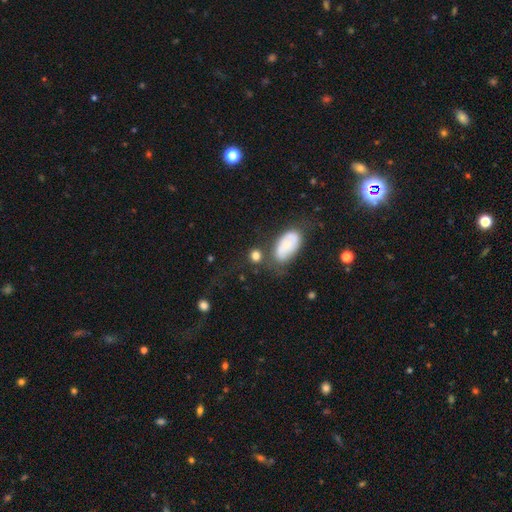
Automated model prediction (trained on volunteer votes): smooth 73%, featured or disk 16%, star or artifact 11%. Down the decision tree: how rounded — round (59%); merging — none (62%).